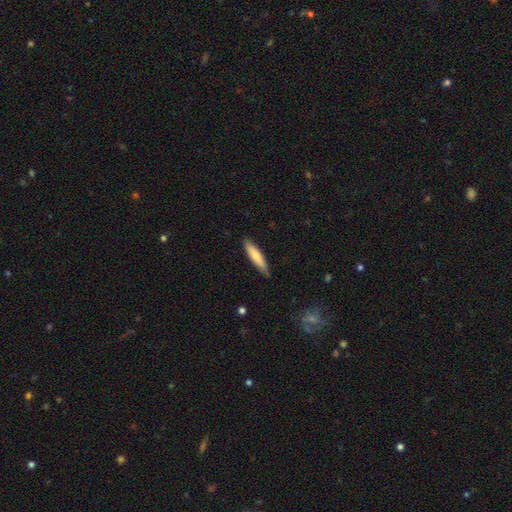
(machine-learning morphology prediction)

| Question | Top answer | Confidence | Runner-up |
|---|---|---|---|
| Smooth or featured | smooth | 74% | featured or disk (20%) |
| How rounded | cigar-shaped | 80% | in between (19%) |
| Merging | none | 82% | minor disturbance (15%) |